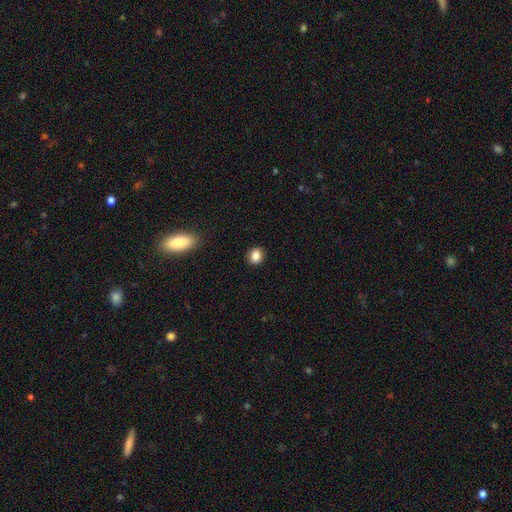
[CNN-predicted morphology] Smooth or featured? Predicted: smooth (p=0.85). How rounded? Predicted: round (p=0.64). Merging? Predicted: none (p=0.90).